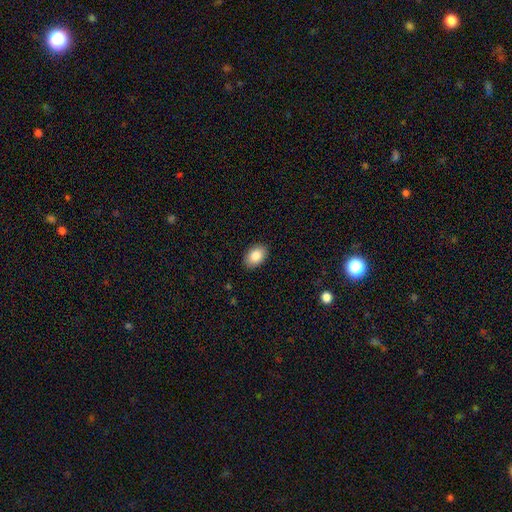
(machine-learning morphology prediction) smooth_or_featured: smooth (p=0.86) [alt: star or artifact p=0.07]
how_rounded: in between (p=0.87) [alt: round p=0.12]
merging: none (p=0.89) [alt: minor disturbance p=0.08]